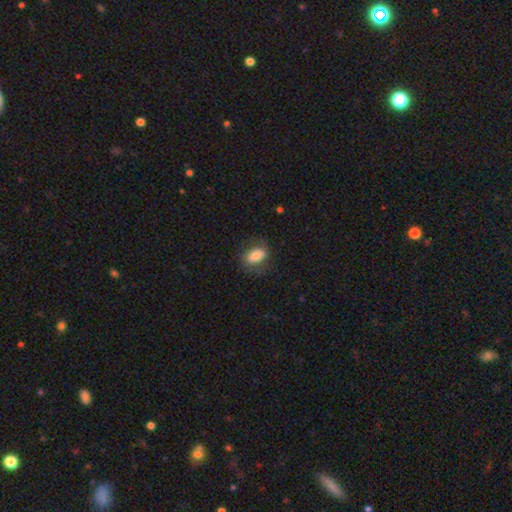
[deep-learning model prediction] This appears to be a smooth galaxy with no disk features (72%) that is in between round and cigar-shaped (83%). Merging: none (68%).